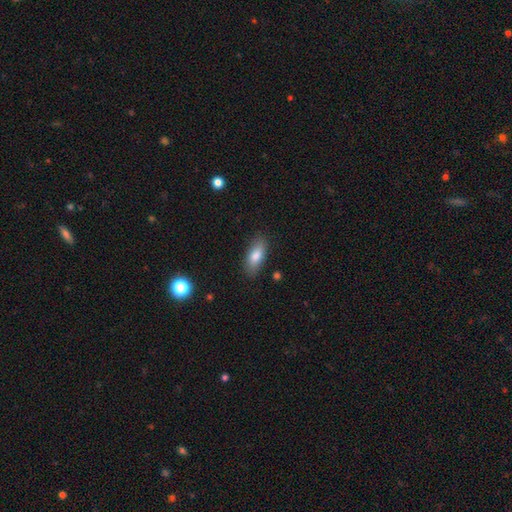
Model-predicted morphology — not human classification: Smooth or featured? Predicted: smooth (p=0.80). How rounded? Predicted: in between (p=0.79). Merging? Predicted: none (p=0.85).